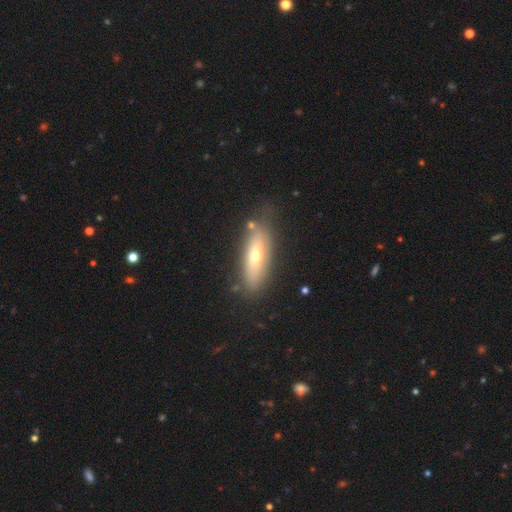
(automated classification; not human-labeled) Smooth or featured? Predicted: smooth (p=0.51). How rounded? Predicted: in between (p=0.53). Merging? Predicted: none (p=0.75).